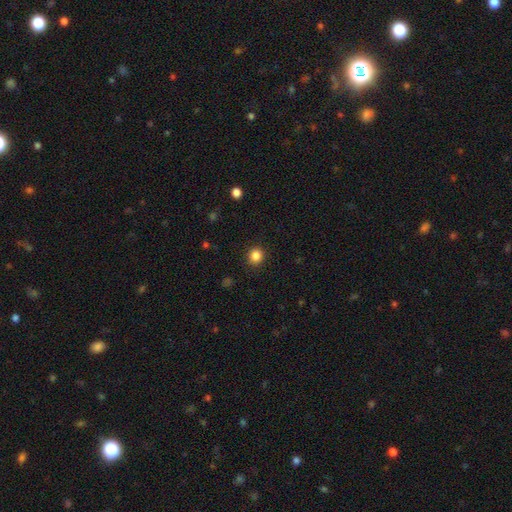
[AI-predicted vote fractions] Q: Smooth or featured?
A: smooth (85%); runner-up: star or artifact (11%)
Q: How rounded?
A: round (91%); runner-up: in between (9%)
Q: Merging?
A: none (91%); runner-up: minor disturbance (6%)